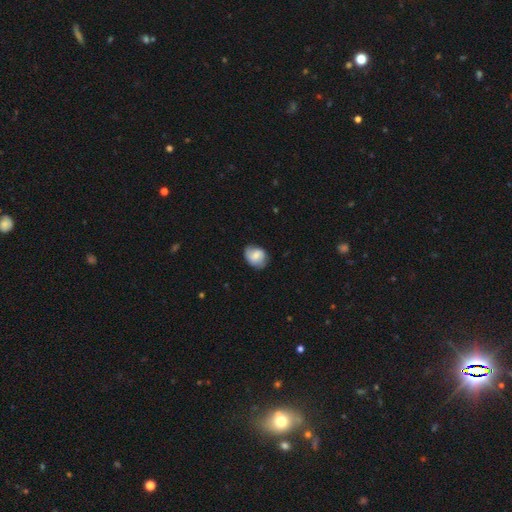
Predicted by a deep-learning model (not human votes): A smooth galaxy with no disk features (72%) that is in between round and cigar-shaped (52%). Merging: none (71%).